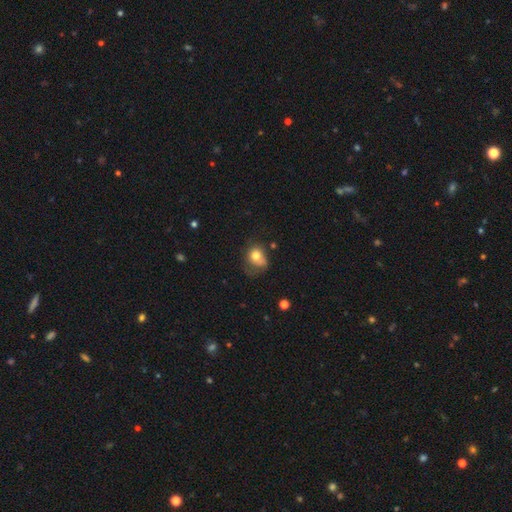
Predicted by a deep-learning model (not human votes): Smooth or featured?
  - smooth: 74% *
  - featured or disk: 16%
  - star or artifact: 10%
How rounded?
  - round: 62% *
  - in between: 37%
  - cigar-shaped: 1%
Merging?
  - none: 34% *
  - minor disturbance: 30%
  - major disturbance: 27%
  - merger: 10%